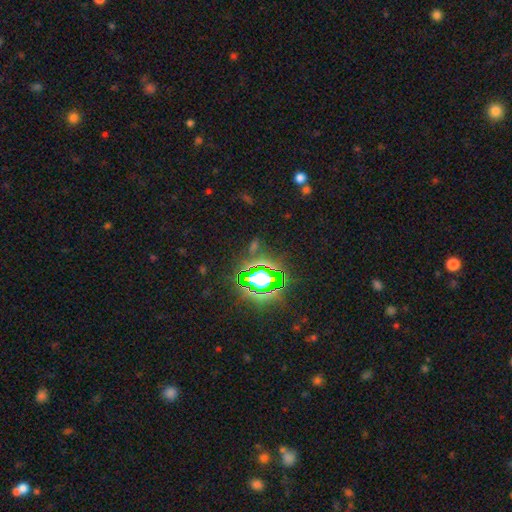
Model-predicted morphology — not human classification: Smooth or featured? Predicted: star or artifact (p=0.81).